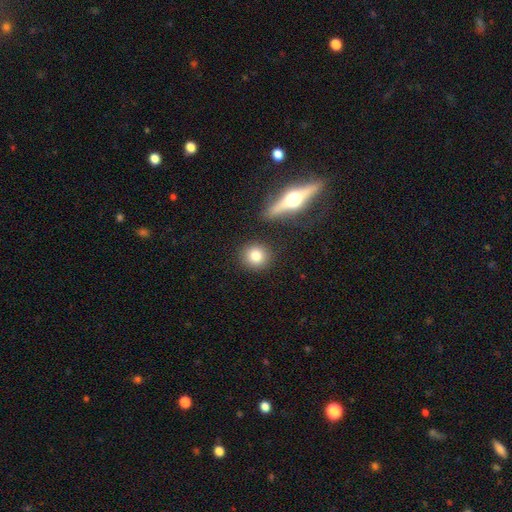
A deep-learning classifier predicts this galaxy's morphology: smooth-or-featured: smooth: 81% | featured or disk: 10% | star or artifact: 9%
  how-rounded: round: 86% | in between: 12% | cigar-shaped: 2%
  merging: none: 83% | minor disturbance: 8% | merger: 6% | major disturbance: 3%